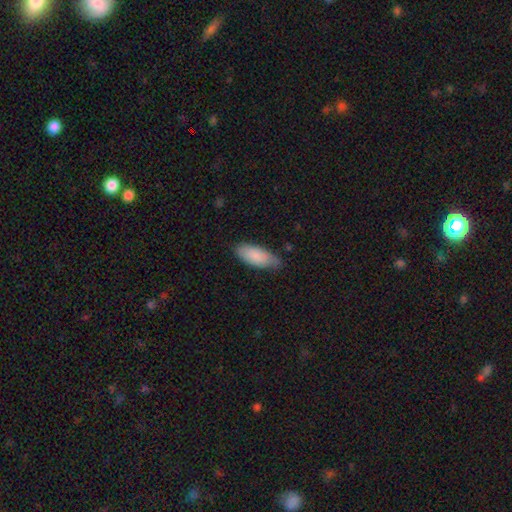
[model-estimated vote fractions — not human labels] smooth_or_featured: smooth (p=0.87) [alt: featured or disk p=0.08]
how_rounded: in between (p=0.80) [alt: cigar-shaped p=0.19]
merging: none (p=0.69) [alt: minor disturbance p=0.26]